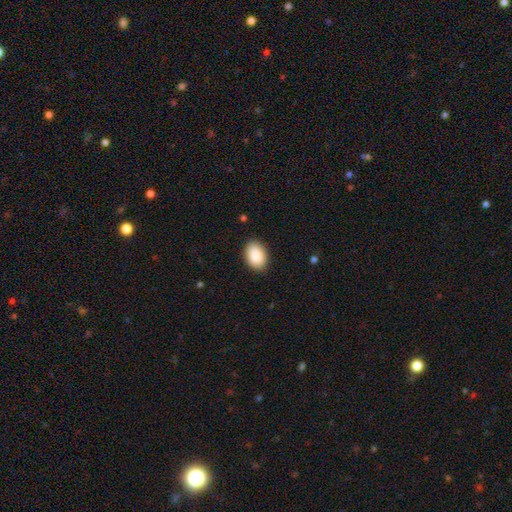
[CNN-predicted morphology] Q: Smooth or featured?
A: smooth (90%); runner-up: star or artifact (6%)
Q: How rounded?
A: in between (89%); runner-up: round (10%)
Q: Merging?
A: none (88%); runner-up: minor disturbance (9%)